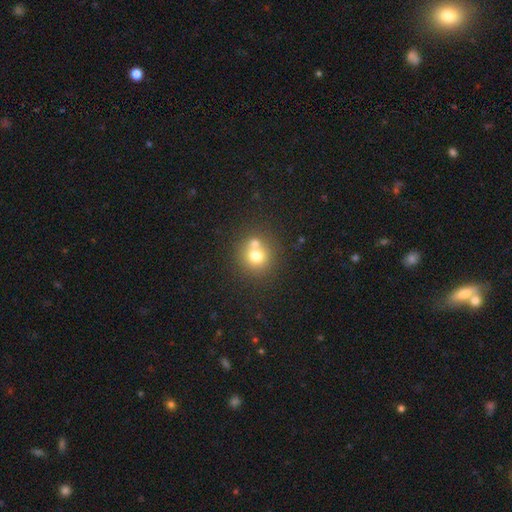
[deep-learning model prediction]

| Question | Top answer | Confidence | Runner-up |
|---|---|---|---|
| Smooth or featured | smooth | 71% | featured or disk (15%) |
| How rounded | round | 89% | in between (10%) |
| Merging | none | 55% | merger (34%) |